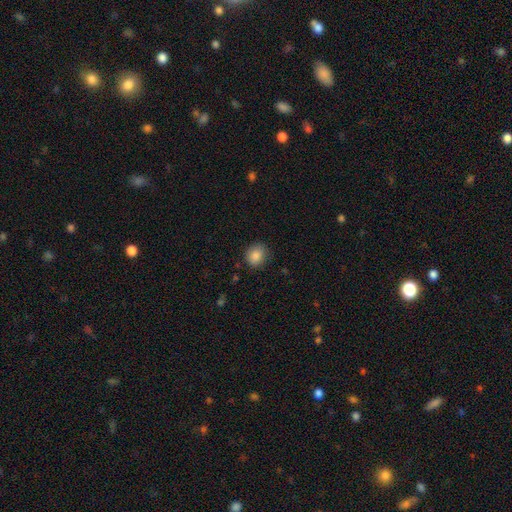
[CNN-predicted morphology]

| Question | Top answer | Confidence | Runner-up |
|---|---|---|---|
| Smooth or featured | smooth | 87% | star or artifact (9%) |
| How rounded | round | 71% | in between (28%) |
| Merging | none | 85% | minor disturbance (11%) |